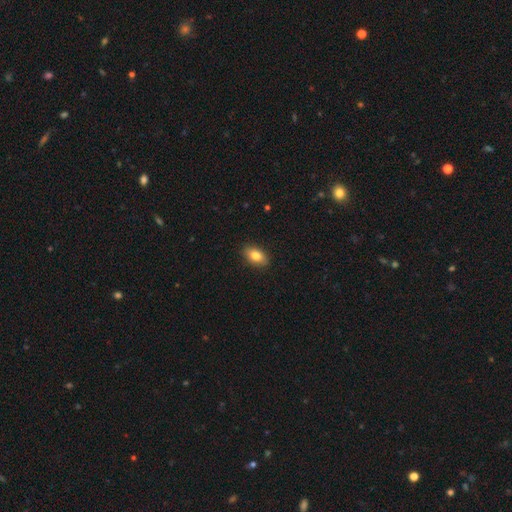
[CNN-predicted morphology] Smooth or featured: smooth — 82% (featured or disk — 11%)
How rounded: in between — 89% (round — 8%)
Merging: none — 89% (minor disturbance — 8%)